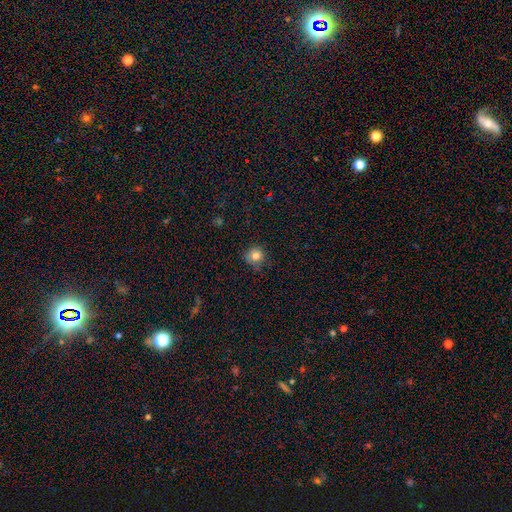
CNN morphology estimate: Smooth or featured? smooth (82%)
How rounded? round (89%)
Merging? none (75%)